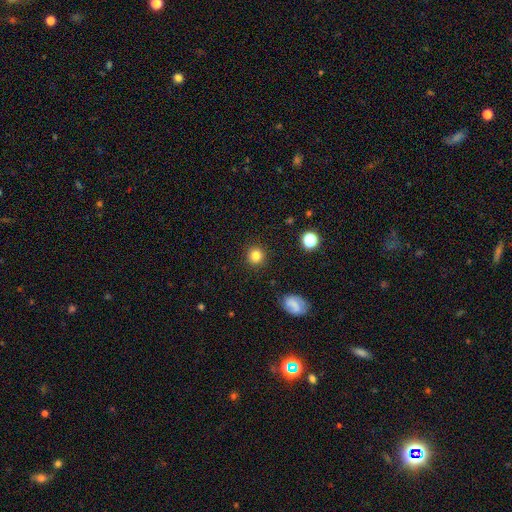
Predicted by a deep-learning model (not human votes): smooth-or-featured: smooth: 82% | star or artifact: 12% | featured or disk: 5%
  how-rounded: round: 92% | in between: 7% | cigar-shaped: 1%
  merging: none: 91% | minor disturbance: 6% | major disturbance: 2% | merger: 1%